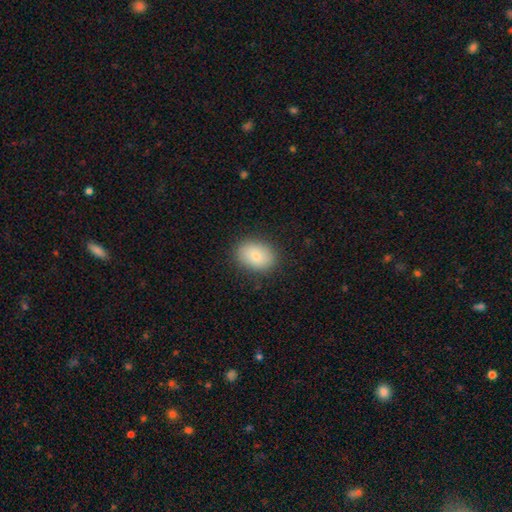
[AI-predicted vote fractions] The model was most divided on "how rounded": in between: 77%, round: 22%, cigar-shaped: 1%. More confident: merging — none (86%); smooth or featured — smooth (84%).